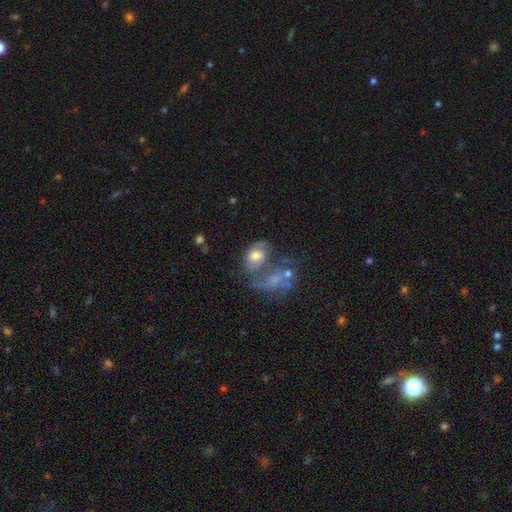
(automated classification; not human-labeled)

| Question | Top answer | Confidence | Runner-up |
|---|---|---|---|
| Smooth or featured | featured or disk | 46% | smooth (45%) |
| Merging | merger | 38% | none (24%) |